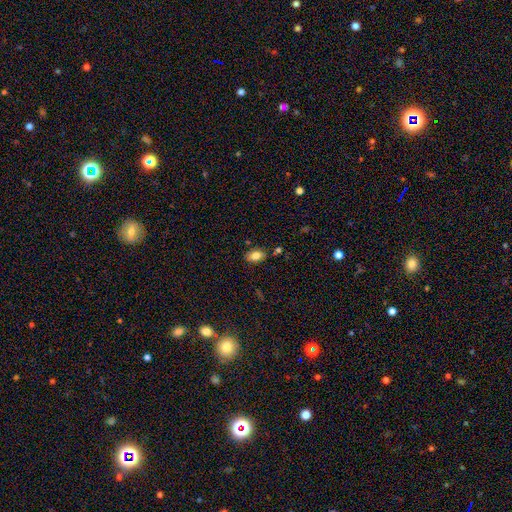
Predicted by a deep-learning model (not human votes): smooth_or_featured: smooth (p=0.80) [alt: featured or disk p=0.11]
how_rounded: in between (p=0.88) [alt: round p=0.10]
merging: none (p=0.81) [alt: minor disturbance p=0.12]